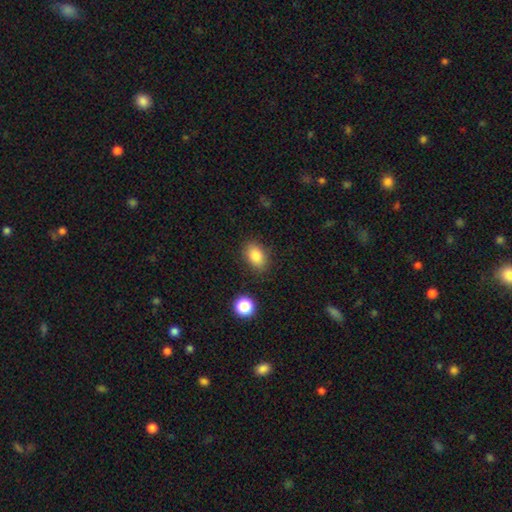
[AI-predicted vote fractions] smooth 85%, star or artifact 9%, featured or disk 6%. Down the decision tree: how rounded — in between (80%); merging — none (83%).